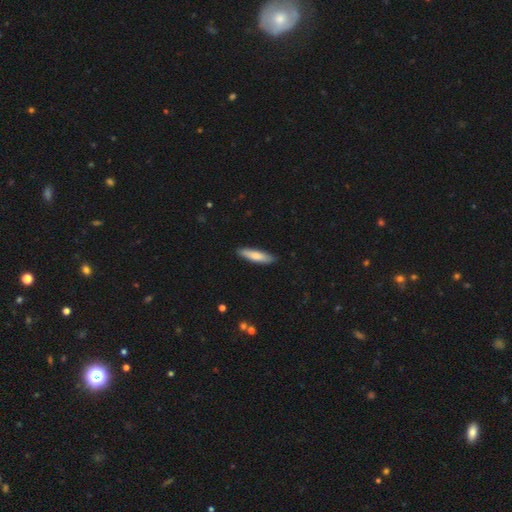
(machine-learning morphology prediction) Overall: smooth (75%). How rounded: cigar-shaped (74%). Merging: none (86%).